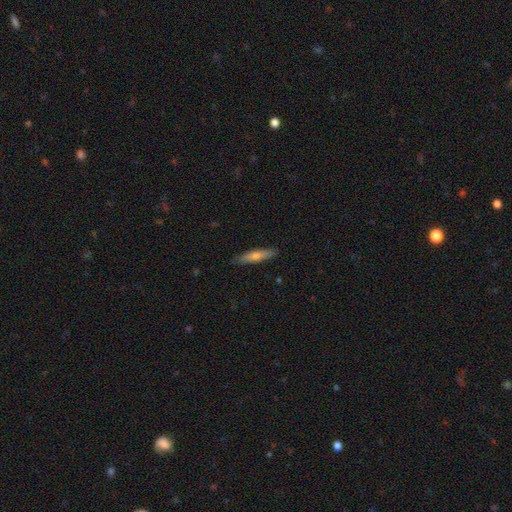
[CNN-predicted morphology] This appears to be a smooth galaxy with no disk features (56%) that is cigar-shaped (88%). Merging: none (89%).